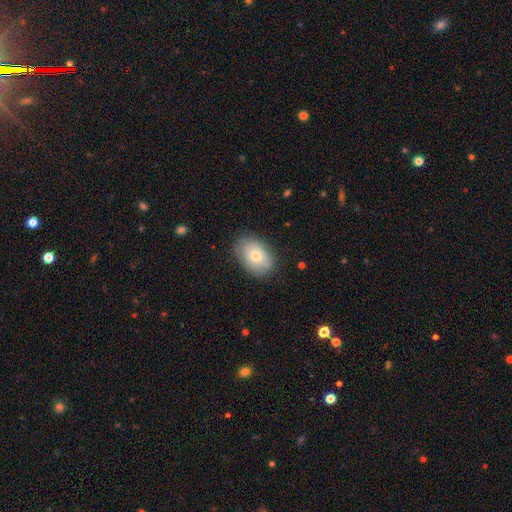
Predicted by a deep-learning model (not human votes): Smooth or featured? Predicted: smooth (p=0.67). How rounded? Predicted: in between (p=0.85). Merging? Predicted: none (p=0.78).